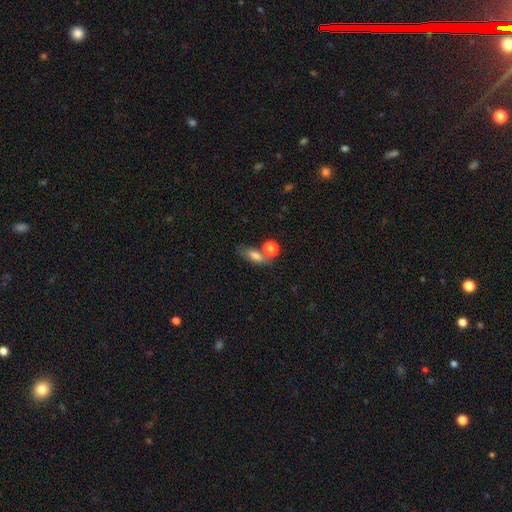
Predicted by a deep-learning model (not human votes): Overall: smooth (74%). How rounded: in between (70%). Merging: none (51%; merger 27%).